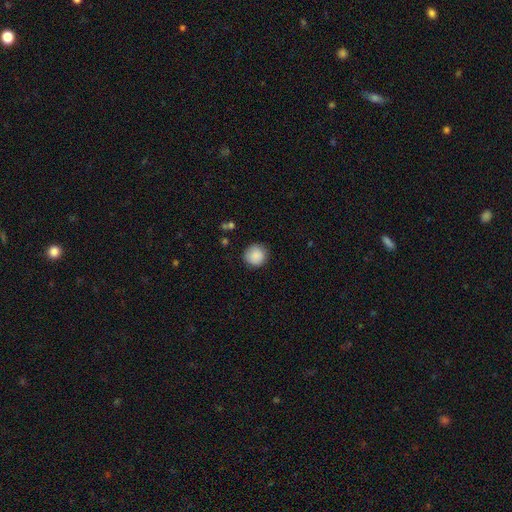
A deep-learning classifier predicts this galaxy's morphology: Smooth or featured? smooth (88%)
How rounded? round (94%)
Merging? none (87%)